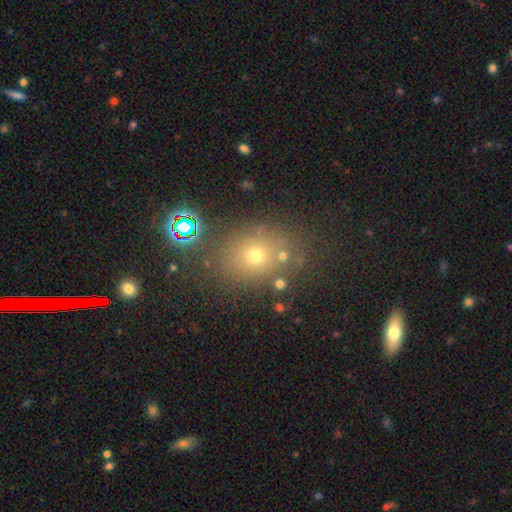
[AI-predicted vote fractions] Morphology: type=smooth (63%); roundness=round (62%); merging=none (75%).